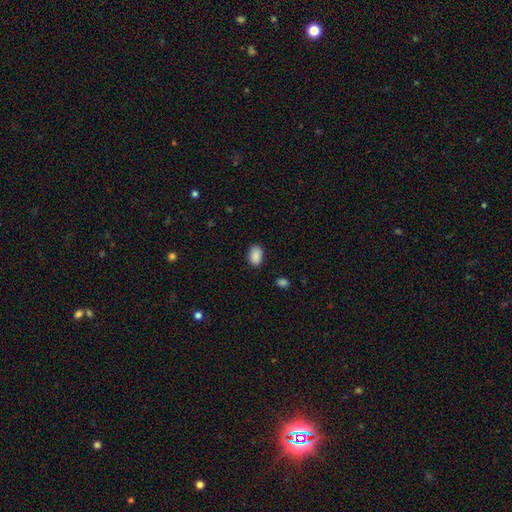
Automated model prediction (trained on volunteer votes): Morphology: type=smooth (89%); roundness=in between (81%); merging=none (84%).